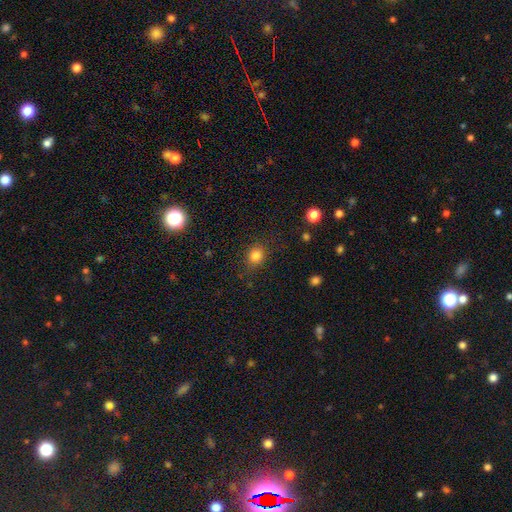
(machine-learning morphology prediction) This appears to be a smooth galaxy with no disk features (83%) that is round (73%). Merging: none (82%).